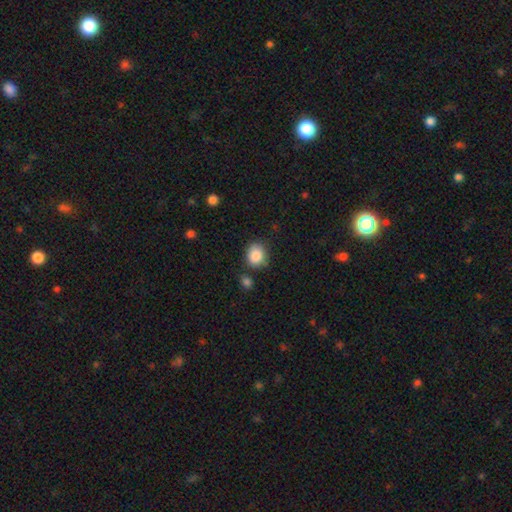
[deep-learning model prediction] Overall: smooth (87%). How rounded: round (65%; in between 34%). Merging: none (76%).